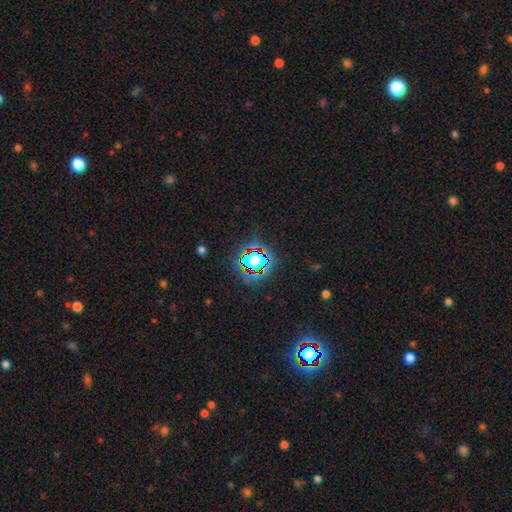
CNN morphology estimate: Overall: star or artifact (81%).